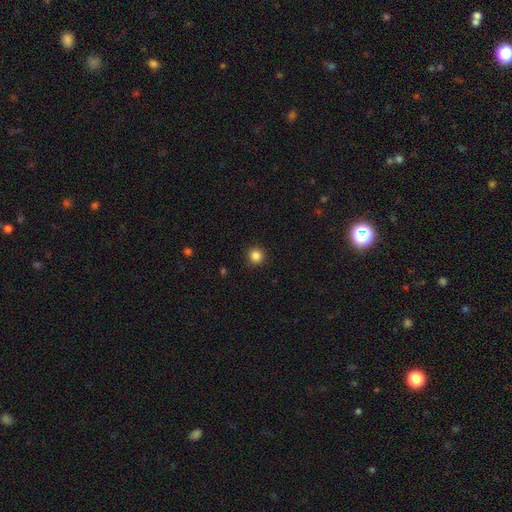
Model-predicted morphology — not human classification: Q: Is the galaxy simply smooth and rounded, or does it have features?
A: smooth — 86%.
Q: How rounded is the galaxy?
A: round — 95%.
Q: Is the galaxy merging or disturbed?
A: none — 92%.